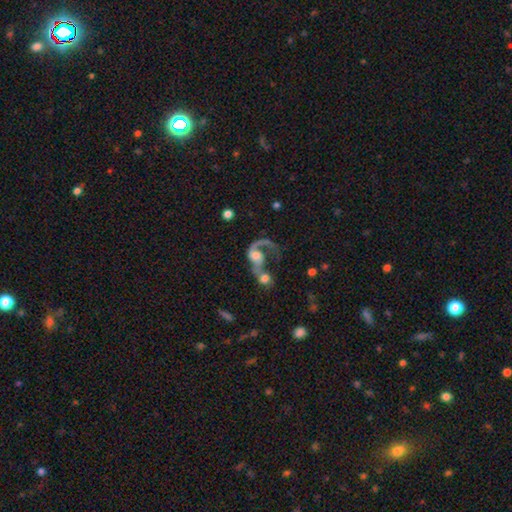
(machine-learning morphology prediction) Q: Smooth or featured?
A: featured or disk (69%); runner-up: smooth (23%)
Q: Edge-on disk?
A: no (97%); runner-up: yes (3%)
Q: Bar?
A: no (66%); runner-up: weak (27%)
Q: Spiral arms?
A: yes (82%); runner-up: no (18%)
Q: Spiral winding?
A: loose (68%); runner-up: medium (24%)
Q: Spiral arm count?
A: 1 (72%); runner-up: 2 (20%)
Q: Bulge size?
A: moderate (47%); runner-up: large (22%)
Q: Merging?
A: merger (63%); runner-up: major disturbance (20%)